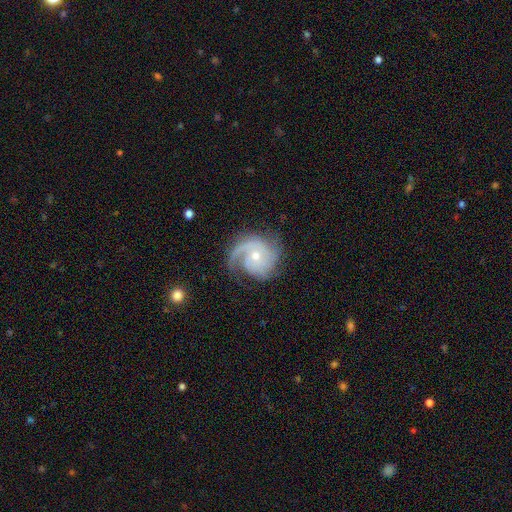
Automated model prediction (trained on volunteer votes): Smooth or featured? featured or disk (86%)
Edge-on disk? no (98%)
Bar? no (76%)
Spiral arms? yes (97%)
Spiral winding? tight (46%)
Spiral arm count? 2 (31%)
Bulge size? small (50%)
Merging? none (66%)